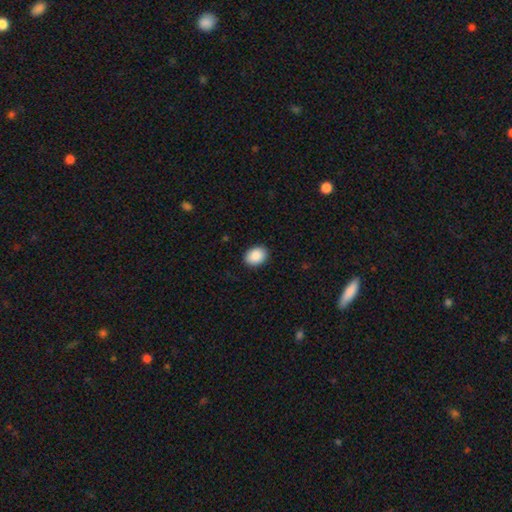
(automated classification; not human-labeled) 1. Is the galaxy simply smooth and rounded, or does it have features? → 89% smooth, 7% star or artifact, 4% featured or disk.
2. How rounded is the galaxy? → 70% in between, 29% round, 1% cigar-shaped.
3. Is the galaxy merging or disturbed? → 90% none, 7% minor disturbance, 2% major disturbance, 1% merger.